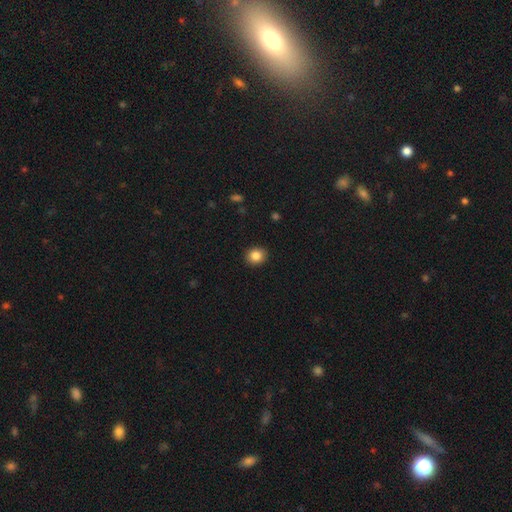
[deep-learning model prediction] Smooth or featured? smooth (85%)
How rounded? round (73%)
Merging? none (91%)